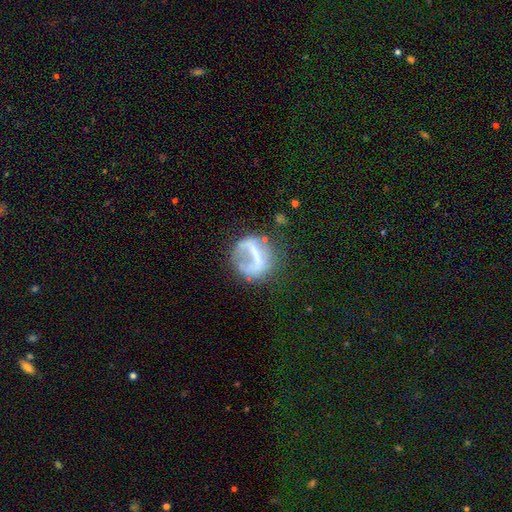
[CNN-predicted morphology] Smooth or featured: featured or disk — 49% (smooth — 40%)
Merging: none — 43% (major disturbance — 33%)